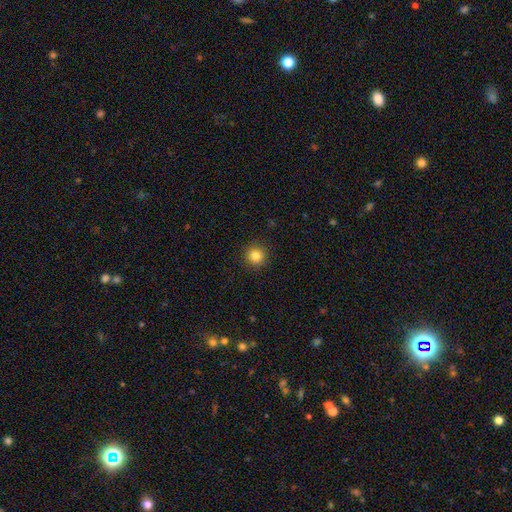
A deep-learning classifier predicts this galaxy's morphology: This is clearly a smooth galaxy (83%). How rounded: clearly round (95%). Merging: clearly none (92%).